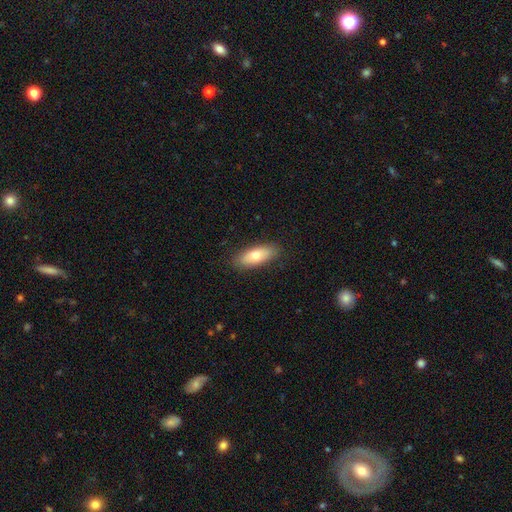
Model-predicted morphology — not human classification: Smooth or featured? Predicted: smooth (p=0.72). How rounded? Predicted: in between (p=0.75). Merging? Predicted: none (p=0.87).